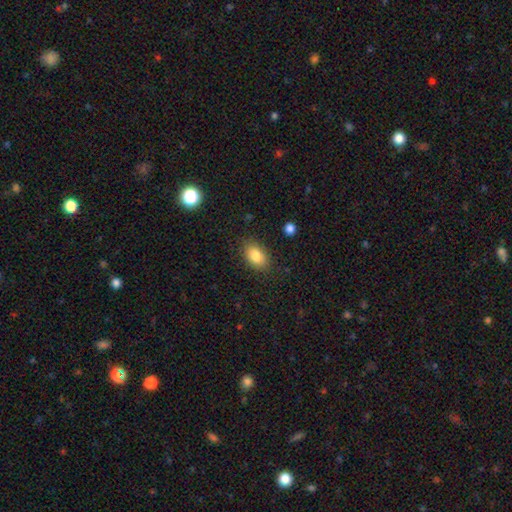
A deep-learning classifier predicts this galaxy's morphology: A smooth galaxy with no disk features (84%) that is in between round and cigar-shaped (87%).

Vote fractions:
- Smooth or featured? smooth: 84% / star or artifact: 8% / featured or disk: 8%
- How rounded? in between: 87% / round: 11% / cigar-shaped: 2%
- Merging? none: 85% / minor disturbance: 11% / major disturbance: 3% / merger: 1%